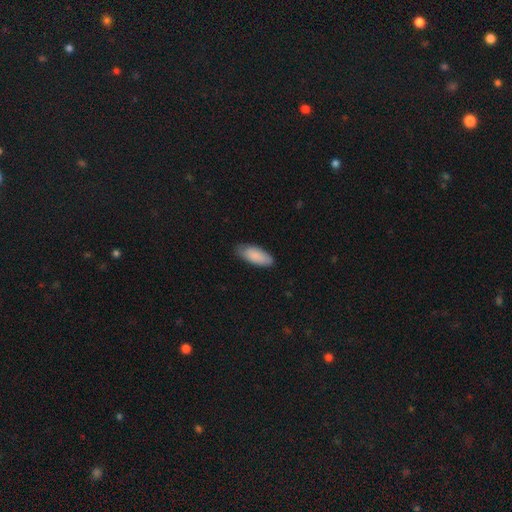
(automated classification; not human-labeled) Smooth or featured: smooth — 87% (featured or disk — 7%)
How rounded: in between — 82% (cigar-shaped — 16%)
Merging: none — 74% (minor disturbance — 22%)